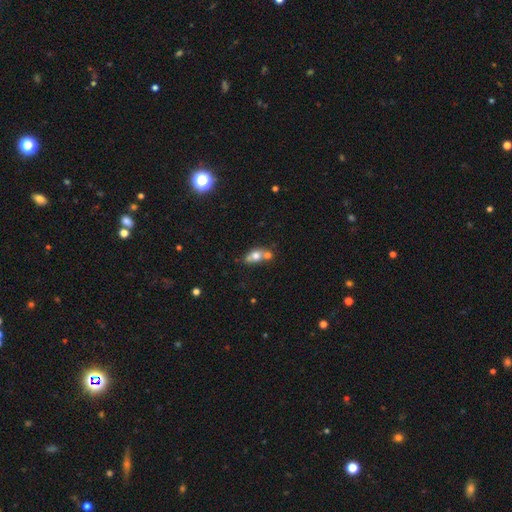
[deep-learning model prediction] Smooth or featured? Predicted: smooth (p=0.66). How rounded? Predicted: in between (p=0.59). Merging? Predicted: merger (p=0.52).